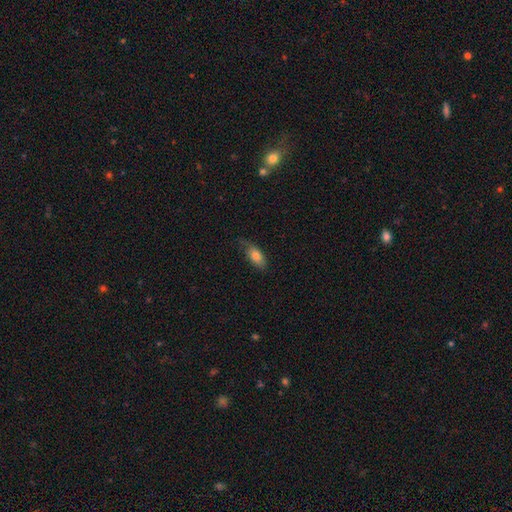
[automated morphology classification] Q: Smooth or featured?
A: smooth (77%); runner-up: featured or disk (16%)
Q: How rounded?
A: in between (86%); runner-up: cigar-shaped (11%)
Q: Merging?
A: none (61%); runner-up: minor disturbance (30%)